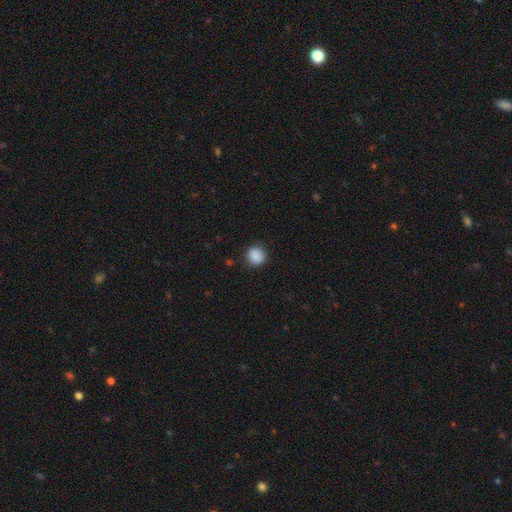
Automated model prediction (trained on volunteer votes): Smooth or featured? smooth (88%)
How rounded? round (88%)
Merging? none (88%)